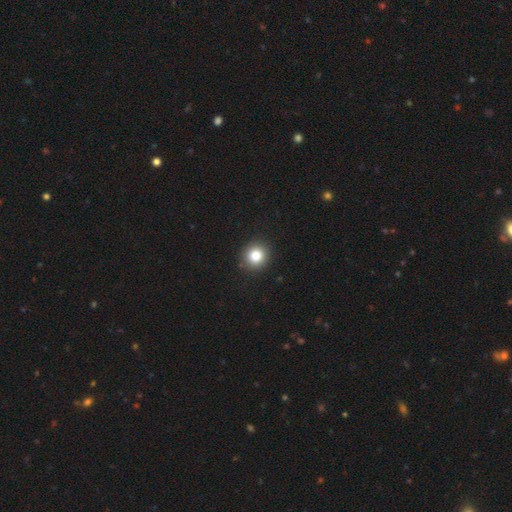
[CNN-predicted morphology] Smooth or featured? smooth (82%)
How rounded? round (89%)
Merging? none (91%)